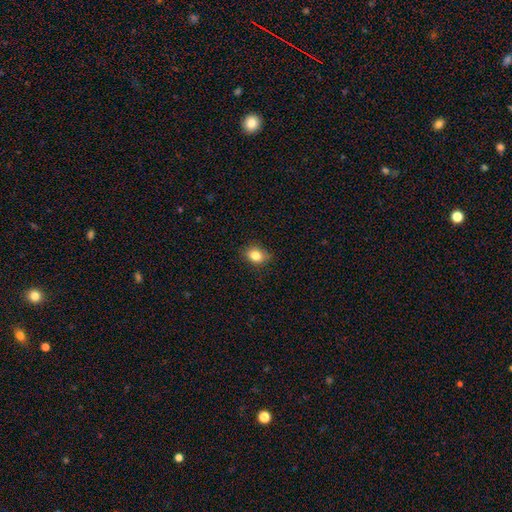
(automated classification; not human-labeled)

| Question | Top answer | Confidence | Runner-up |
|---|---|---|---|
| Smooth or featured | smooth | 84% | star or artifact (9%) |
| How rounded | in between | 69% | round (30%) |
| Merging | none | 83% | minor disturbance (13%) |